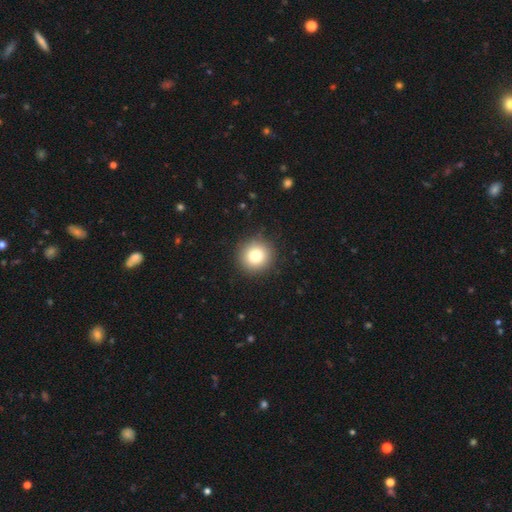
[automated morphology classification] Smooth or featured? smooth (79%)
How rounded? round (94%)
Merging? none (91%)